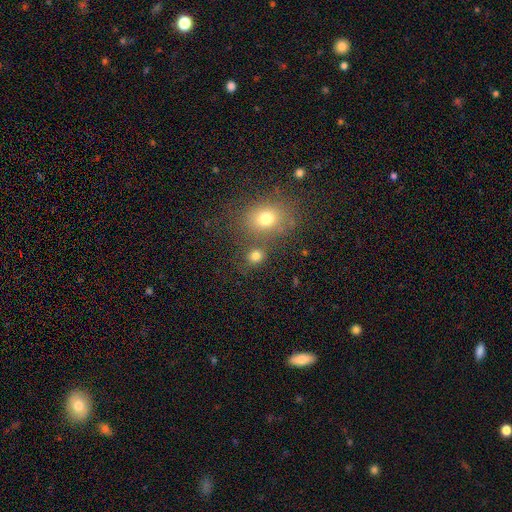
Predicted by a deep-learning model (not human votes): smooth-or-featured: smooth: 76% | star or artifact: 16% | featured or disk: 8%
  how-rounded: round: 72% | in between: 27% | cigar-shaped: 1%
  merging: none: 67% | merger: 19% | minor disturbance: 9% | major disturbance: 4%